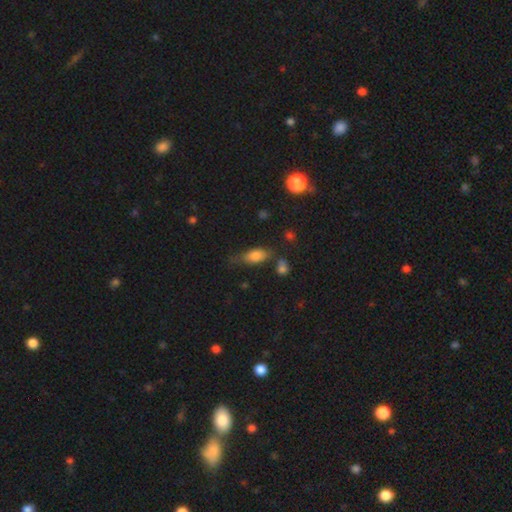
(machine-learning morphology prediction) Smooth or featured? smooth (77%)
How rounded? in between (82%)
Merging? none (55%)